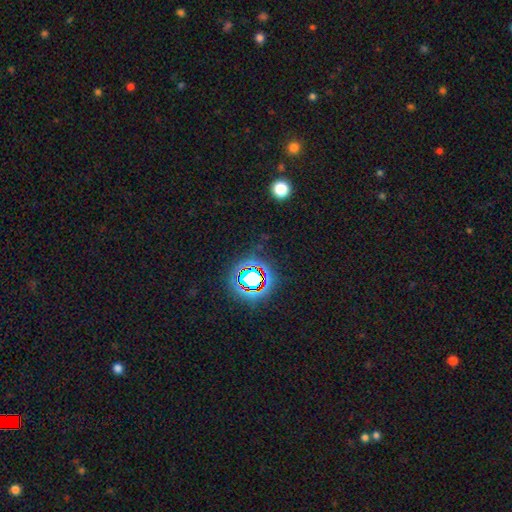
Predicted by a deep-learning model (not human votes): smooth_or_featured: star or artifact (p=0.78) [alt: smooth p=0.15]